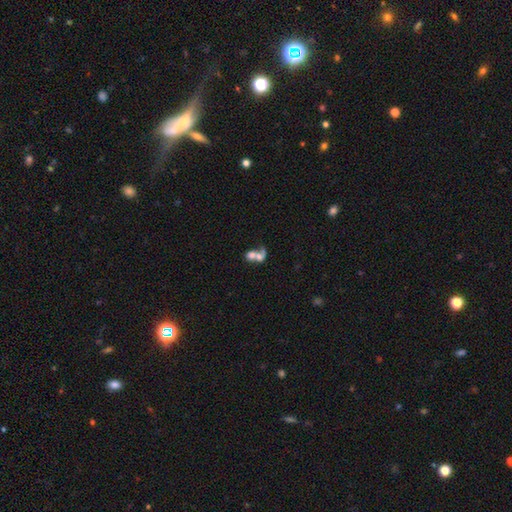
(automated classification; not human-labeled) Morphology: type=smooth (59%); roundness=in between (55%); merging=merger (75%).